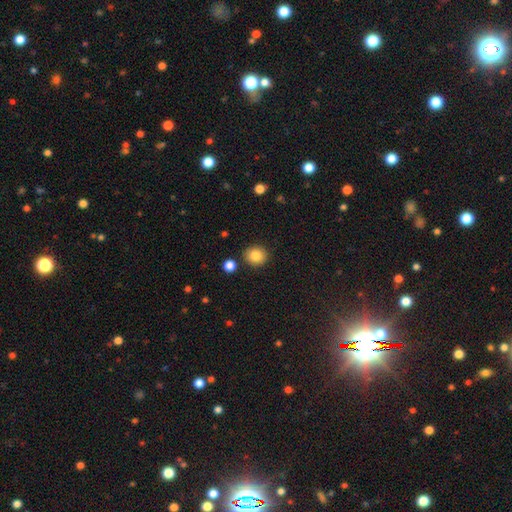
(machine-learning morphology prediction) Overall: smooth (85%). How rounded: round (85%). Merging: none (88%).